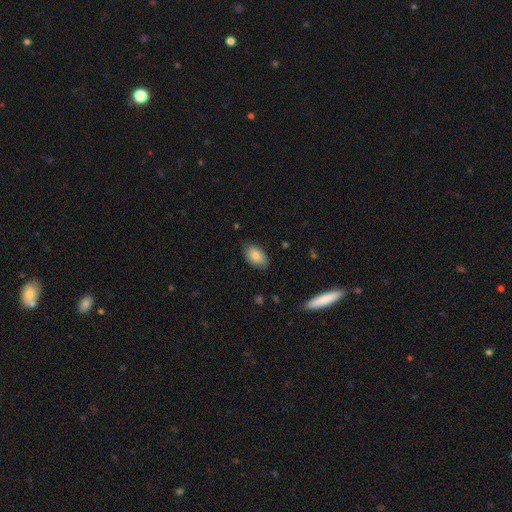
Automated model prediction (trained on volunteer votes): Smooth or featured? smooth (86%)
How rounded? in between (92%)
Merging? none (83%)